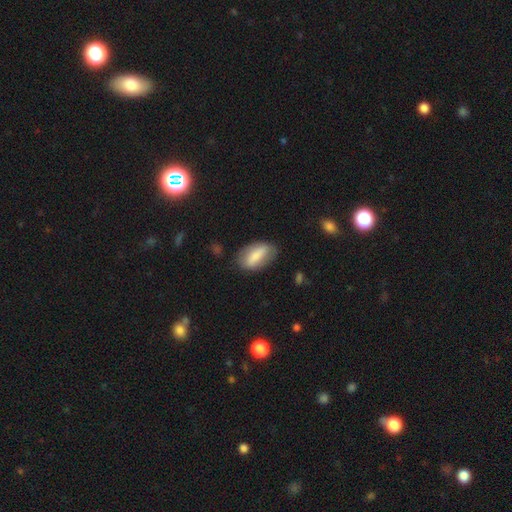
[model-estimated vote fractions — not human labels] This appears to be a smooth galaxy with no disk features (68%) that is in between round and cigar-shaped (85%). Merging: none (74%).